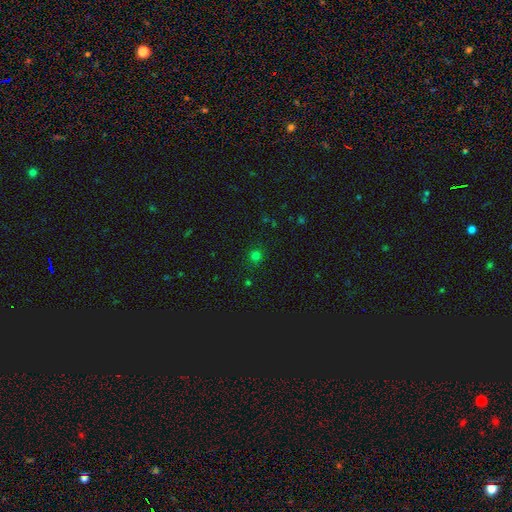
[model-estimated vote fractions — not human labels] Smooth or featured? smooth (73%)
How rounded? round (91%)
Merging? none (88%)